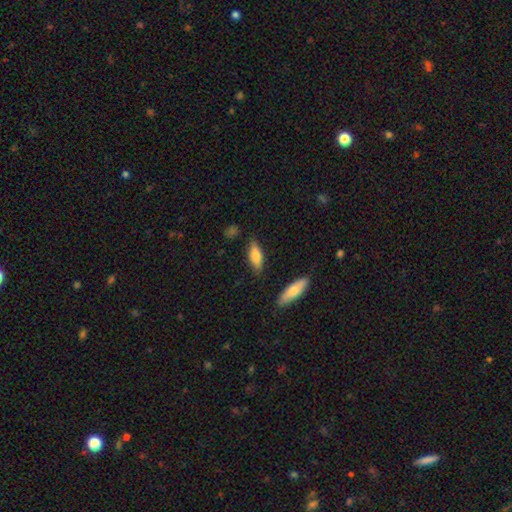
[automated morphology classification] smooth-or-featured: smooth: 73% | featured or disk: 21% | star or artifact: 6%
  how-rounded: in between: 63% | cigar-shaped: 35% | round: 2%
  merging: none: 80% | minor disturbance: 14% | merger: 3% | major disturbance: 3%